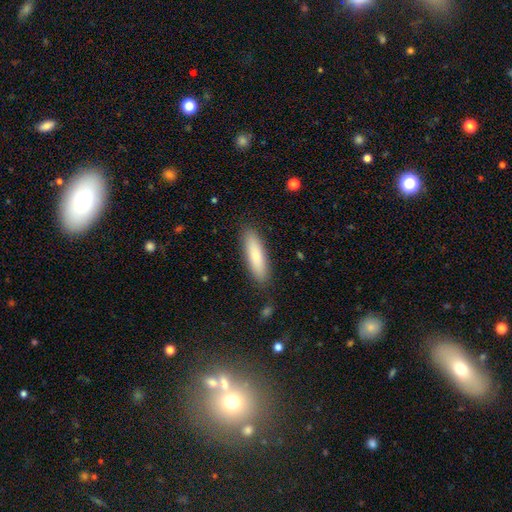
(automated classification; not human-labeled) smooth 73%, featured or disk 21%, star or artifact 6%. Down the decision tree: how rounded — cigar-shaped (67%); merging — none (87%).